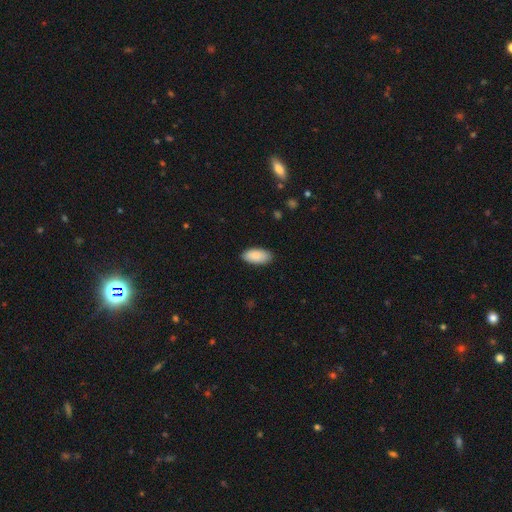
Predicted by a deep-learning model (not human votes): A smooth galaxy with no disk features (90%) that is in between round and cigar-shaped (93%). Merging: none (88%).